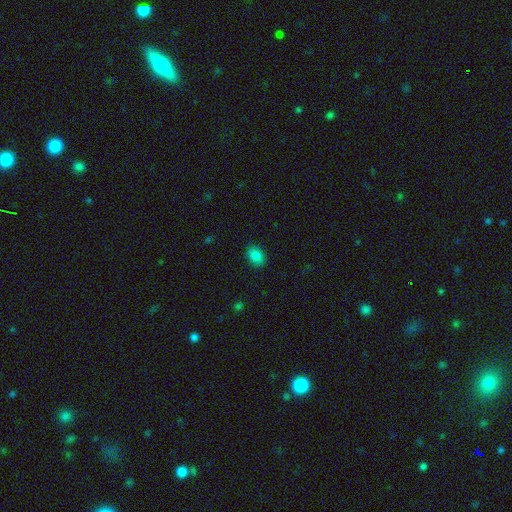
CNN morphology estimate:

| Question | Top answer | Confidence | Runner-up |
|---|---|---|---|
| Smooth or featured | smooth | 85% | star or artifact (10%) |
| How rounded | in between | 71% | round (28%) |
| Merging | none | 89% | minor disturbance (8%) |